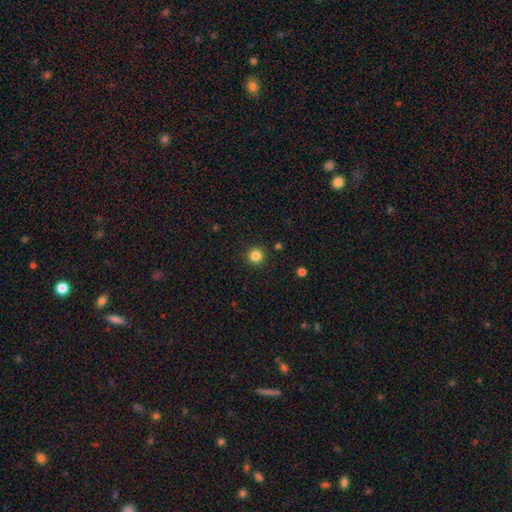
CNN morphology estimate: A smooth galaxy with no disk features (84%) that is round (96%).

Vote fractions:
- Smooth or featured? smooth: 84% / star or artifact: 12% / featured or disk: 4%
- How rounded? round: 96% / in between: 3% / cigar-shaped: 1%
- Merging? none: 92% / minor disturbance: 5% / major disturbance: 2% / merger: 1%